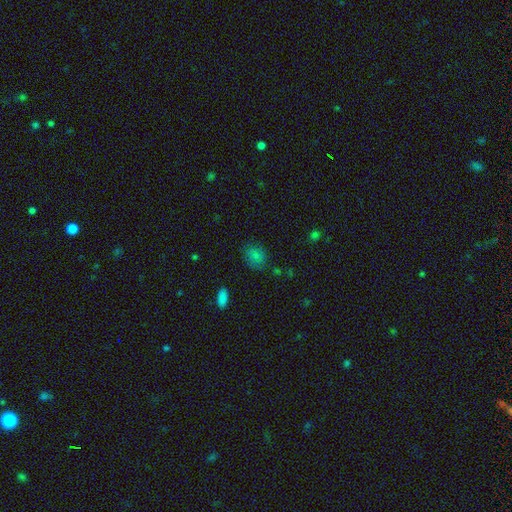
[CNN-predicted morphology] smooth_or_featured: smooth (p=0.80) [alt: star or artifact p=0.13]
how_rounded: round (p=0.52) [alt: in between p=0.47]
merging: none (p=0.77) [alt: minor disturbance p=0.17]